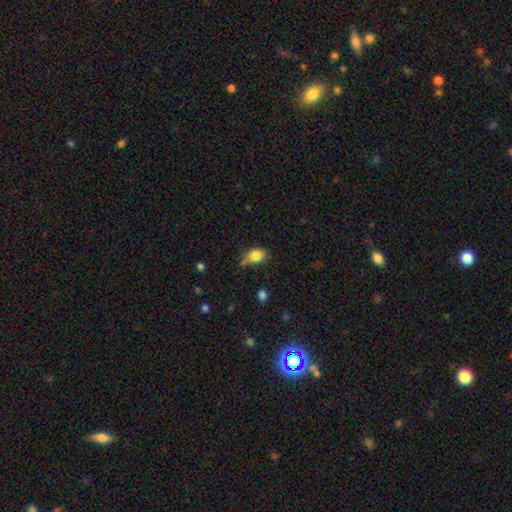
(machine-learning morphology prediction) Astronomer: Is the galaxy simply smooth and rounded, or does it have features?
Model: smooth — 80%.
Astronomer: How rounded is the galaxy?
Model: in between — 69%.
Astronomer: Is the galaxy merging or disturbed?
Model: none — 42% (runner-up: minor disturbance, 39%).